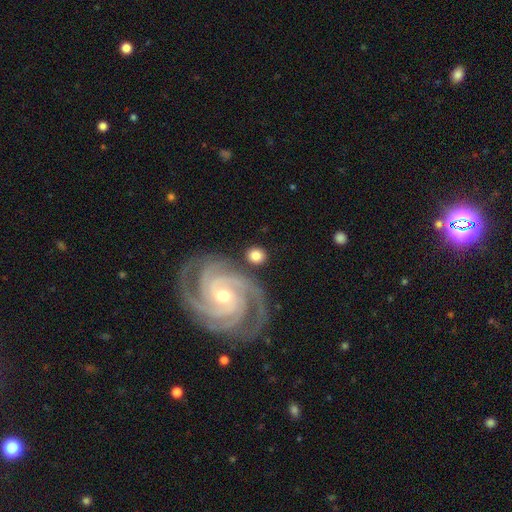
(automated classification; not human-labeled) smooth 59%, featured or disk 35%, star or artifact 7%. Down the decision tree: how rounded — round (66%); merging — none (77%).